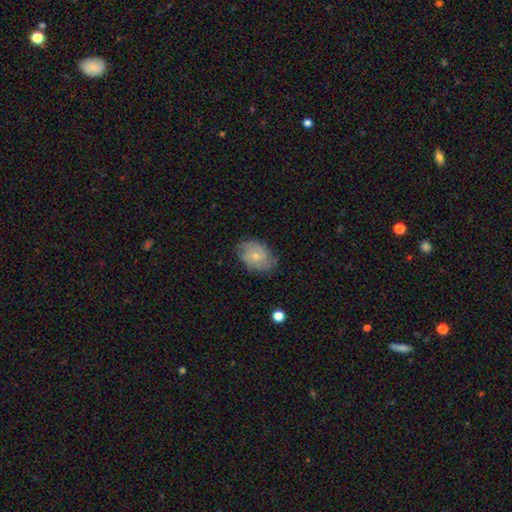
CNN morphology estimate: This is possibly a featured or disk galaxy (56%). It is clearly not viewed edge-on (97%). Bar: likely no (70%). Spiral arm pattern: clearly yes (84%). Central bulge: possibly small (55%). Merging: likely none (74%).